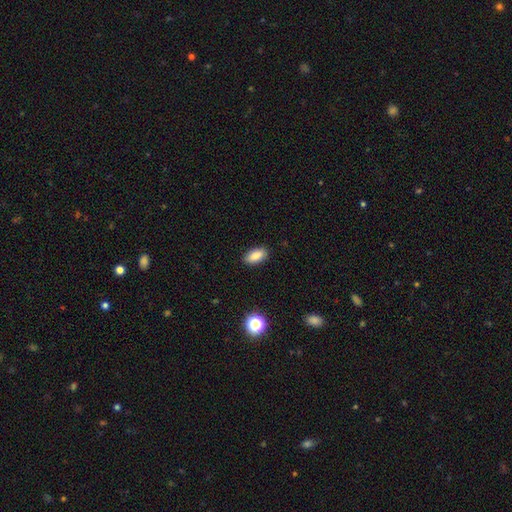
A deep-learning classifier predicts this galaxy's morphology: This appears to be a smooth galaxy with no disk features (85%) that is in between round and cigar-shaped (88%). Merging: none (88%).